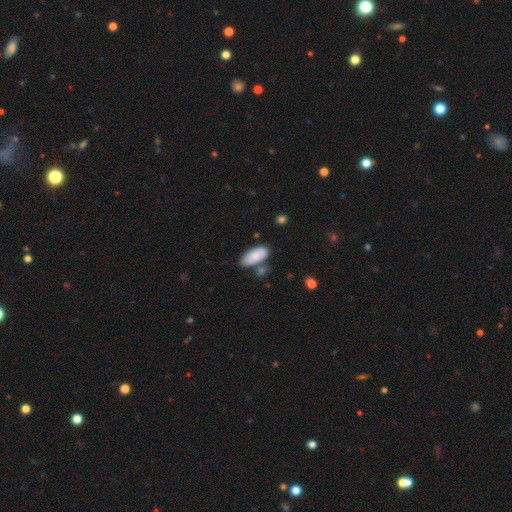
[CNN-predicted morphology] The model was most divided on "merging": none: 59%, minor disturbance: 21%, merger: 15%, major disturbance: 5%. More confident: how rounded — in between (90%); smooth or featured — smooth (80%).